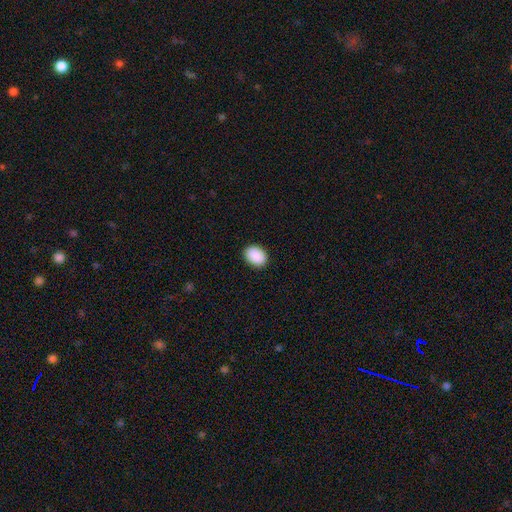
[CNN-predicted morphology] A smooth galaxy with no disk features (91%) that is in between round and cigar-shaped (74%). Merging: none (90%).